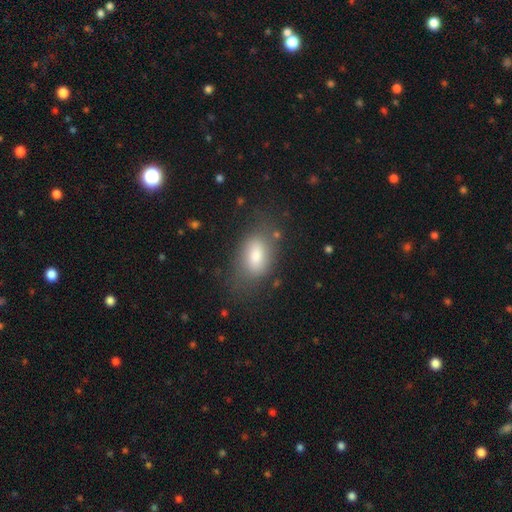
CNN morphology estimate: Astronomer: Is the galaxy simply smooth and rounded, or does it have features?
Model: smooth — 76%.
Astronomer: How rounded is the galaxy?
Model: in between — 89%.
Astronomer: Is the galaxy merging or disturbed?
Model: none — 68%.